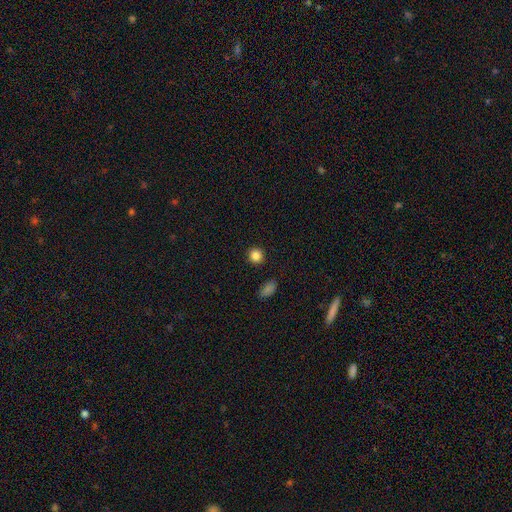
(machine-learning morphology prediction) This is clearly a smooth galaxy (85%). How rounded: clearly round (91%). Merging: clearly none (91%).